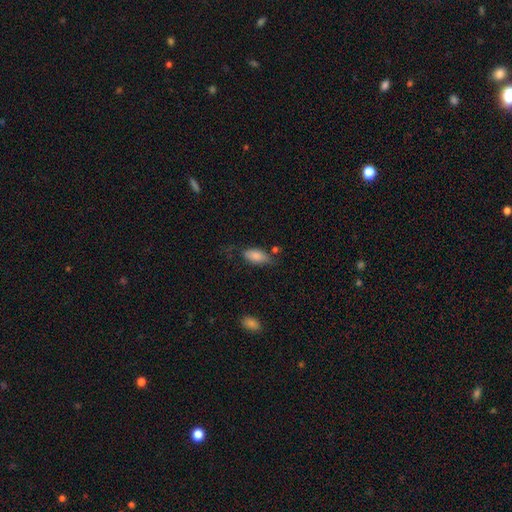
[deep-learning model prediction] Morphology: type=smooth (83%); roundness=in between (89%); merging=none (53%).